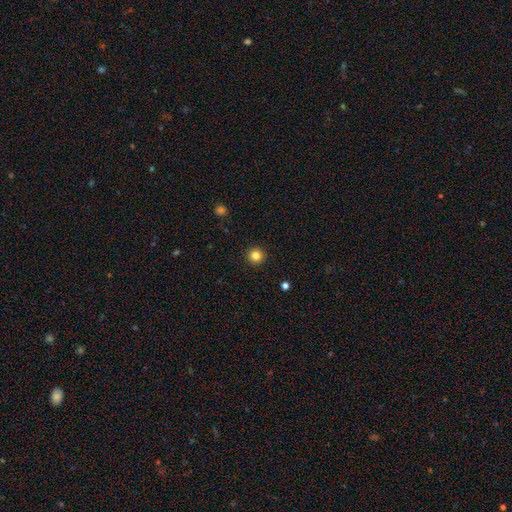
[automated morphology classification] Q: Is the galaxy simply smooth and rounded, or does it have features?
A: smooth — 83%.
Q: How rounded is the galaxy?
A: round — 96%.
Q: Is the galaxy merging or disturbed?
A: none — 93%.